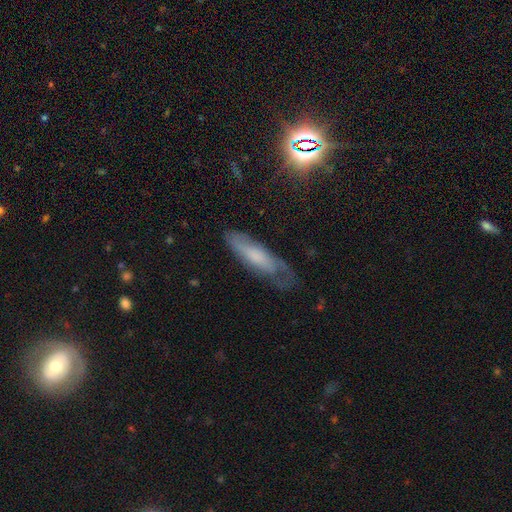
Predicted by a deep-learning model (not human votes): A featured or disk galaxy (46%). Merging: none (54%).